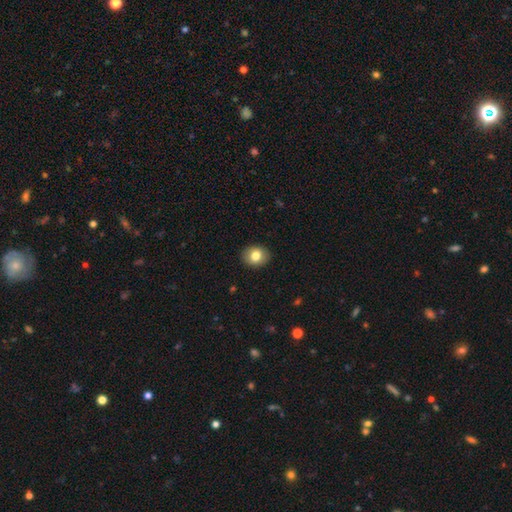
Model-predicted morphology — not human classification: smooth_or_featured: smooth (p=0.80) [alt: featured or disk p=0.11]
how_rounded: round (p=0.53) [alt: in between p=0.46]
merging: none (p=0.90) [alt: minor disturbance p=0.07]